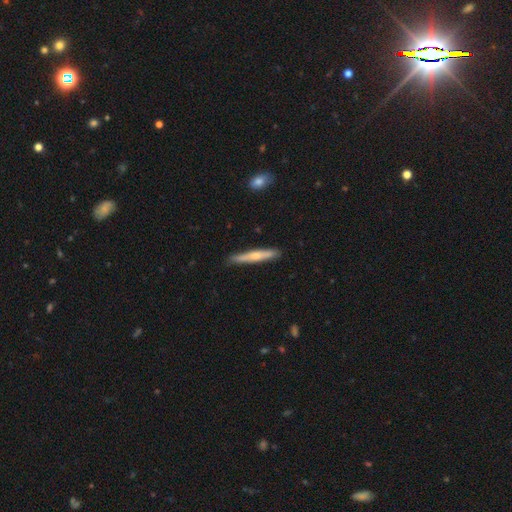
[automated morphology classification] Q: Smooth or featured?
A: featured or disk (48%); runner-up: smooth (46%)
Q: Merging?
A: none (87%); runner-up: minor disturbance (10%)